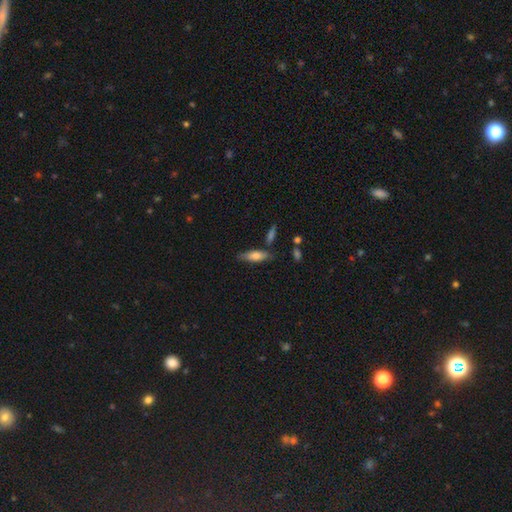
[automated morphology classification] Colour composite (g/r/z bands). It shows a smooth galaxy with no disk features (70%) that is in between round and cigar-shaped (51%). Merging: none (73%).